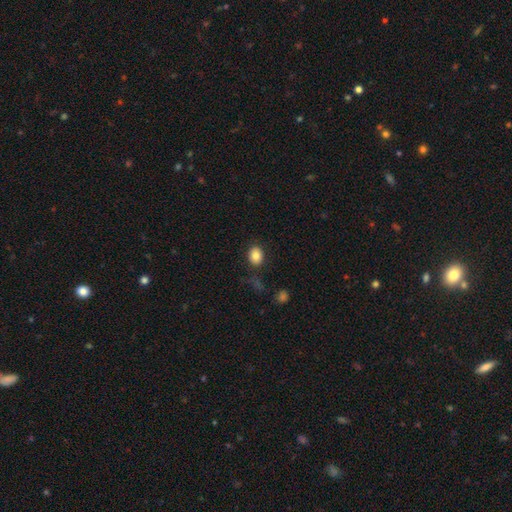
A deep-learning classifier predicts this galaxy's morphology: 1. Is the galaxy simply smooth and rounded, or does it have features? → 83% smooth, 9% star or artifact, 8% featured or disk.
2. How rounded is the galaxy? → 59% in between, 40% round, 1% cigar-shaped.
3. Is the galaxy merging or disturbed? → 84% none, 11% minor disturbance, 3% major disturbance, 2% merger.